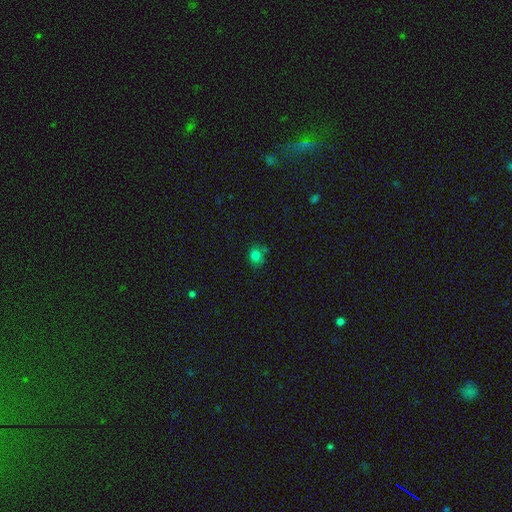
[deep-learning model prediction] Smooth or featured? Predicted: smooth (p=0.79). How rounded? Predicted: round (p=0.66). Merging? Predicted: none (p=0.69).